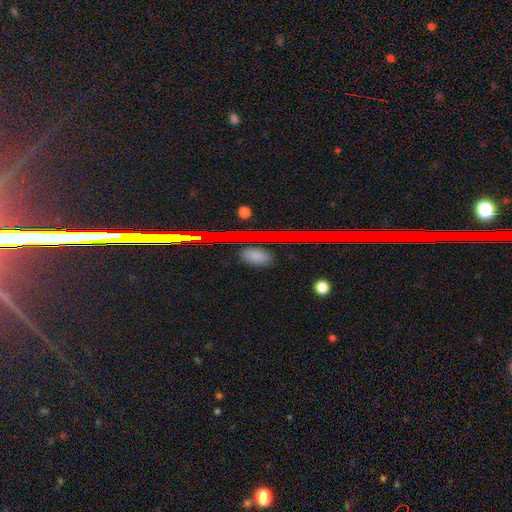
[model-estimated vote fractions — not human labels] smooth 64%, star or artifact 26%, featured or disk 9%. Down the decision tree: how rounded — in between (79%); merging — none (84%).